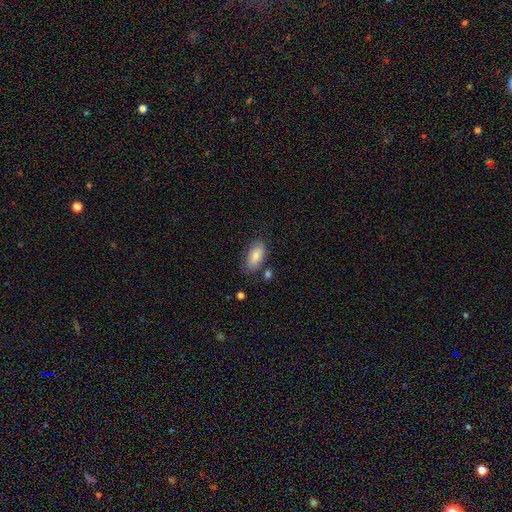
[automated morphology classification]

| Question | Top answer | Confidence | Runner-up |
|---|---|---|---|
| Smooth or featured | smooth | 80% | featured or disk (13%) |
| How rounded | in between | 93% | cigar-shaped (4%) |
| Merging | none | 75% | minor disturbance (17%) |